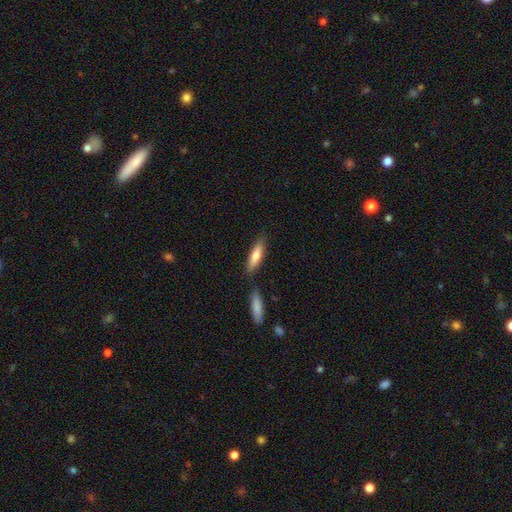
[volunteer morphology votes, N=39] Q: Smooth or featured?
A: smooth (82%); runner-up: featured or disk (13%)
Q: How rounded?
A: cigar-shaped (81%); runner-up: in between (19%)
Q: Merging?
A: none (65%); runner-up: minor disturbance (22%)